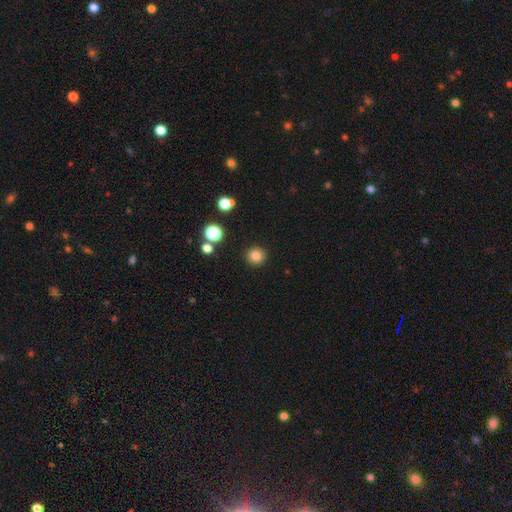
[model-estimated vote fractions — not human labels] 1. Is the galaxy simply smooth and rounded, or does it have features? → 82% smooth, 13% star or artifact, 6% featured or disk.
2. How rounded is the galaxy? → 93% round, 6% in between, 1% cigar-shaped.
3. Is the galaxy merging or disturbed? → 90% none, 6% minor disturbance, 2% major disturbance, 2% merger.